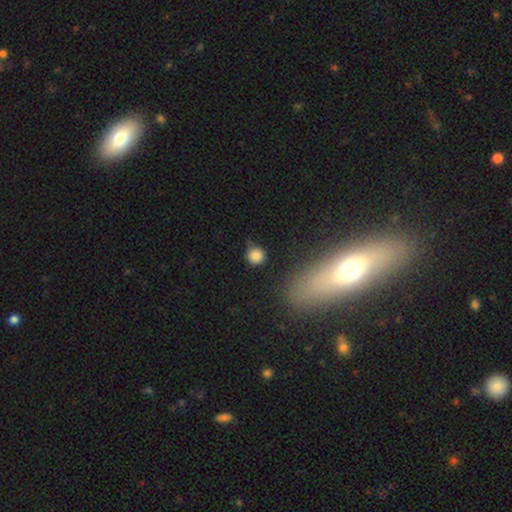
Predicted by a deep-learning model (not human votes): smooth_or_featured: smooth (p=0.83) [alt: star or artifact p=0.11]
how_rounded: round (p=0.92) [alt: in between p=0.07]
merging: none (p=0.71) [alt: minor disturbance p=0.18]